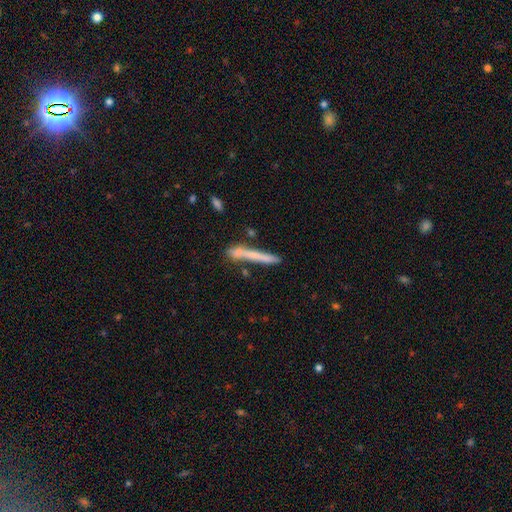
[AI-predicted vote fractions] Overall: smooth (62%; featured or disk 31%). How rounded: cigar-shaped (96%). Merging: none (73%).